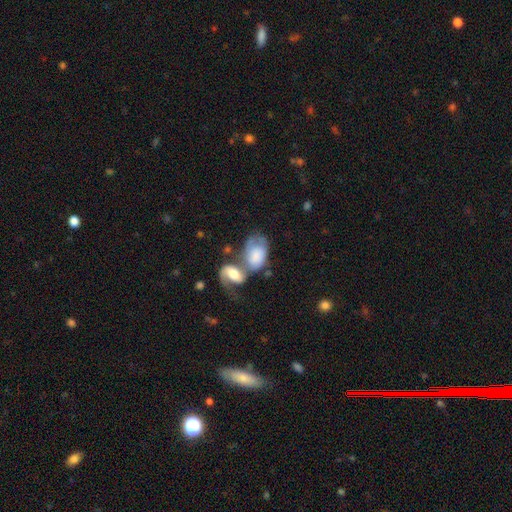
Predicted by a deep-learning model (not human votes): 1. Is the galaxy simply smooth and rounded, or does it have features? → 58% smooth, 35% featured or disk, 7% star or artifact.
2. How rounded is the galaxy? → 87% in between, 12% round, 2% cigar-shaped.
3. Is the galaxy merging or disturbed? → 57% merger, 16% none, 16% major disturbance, 11% minor disturbance.